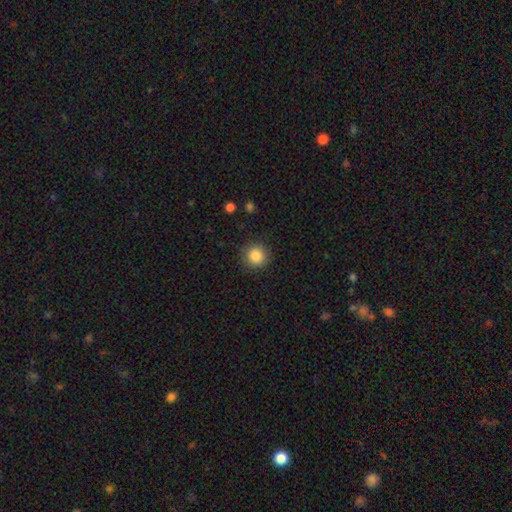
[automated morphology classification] A smooth galaxy with no disk features (86%) that is round (93%). Merging: none (88%).